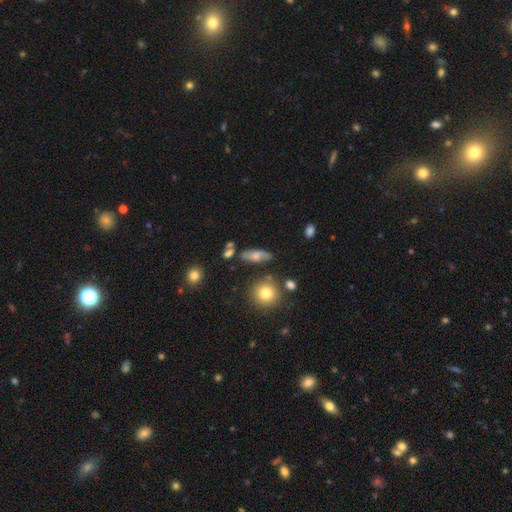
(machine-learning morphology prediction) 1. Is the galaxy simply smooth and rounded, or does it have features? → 58% smooth, 31% featured or disk, 10% star or artifact.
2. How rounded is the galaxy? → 65% in between, 25% cigar-shaped, 10% round.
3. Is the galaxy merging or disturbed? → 67% none, 19% minor disturbance, 8% merger, 6% major disturbance.